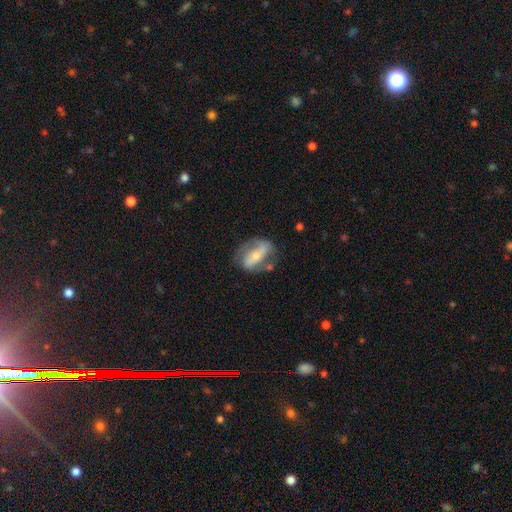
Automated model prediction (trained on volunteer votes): smooth_or_featured: featured or disk (p=0.63) [alt: smooth p=0.30]
disk_edge_on: no (p=0.90) [alt: yes p=0.10]
bar: strong (p=0.50) [alt: no p=0.27]
has_spiral_arms: yes (p=0.69) [alt: no p=0.31]
bulge_size: small (p=0.48) [alt: moderate p=0.44]
merging: none (p=0.61) [alt: minor disturbance p=0.22]